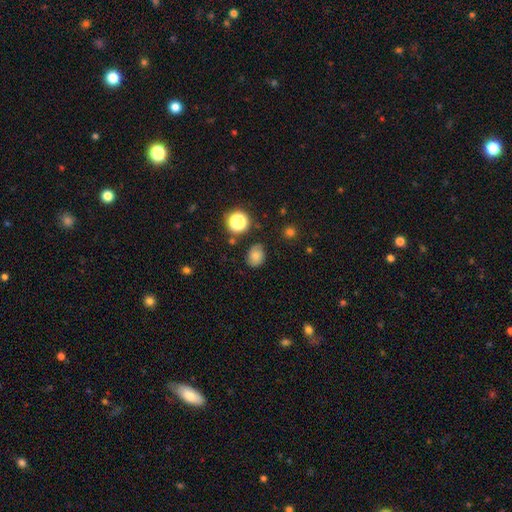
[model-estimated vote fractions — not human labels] Morphology: type=smooth (73%); roundness=round (50%); merging=none (76%).